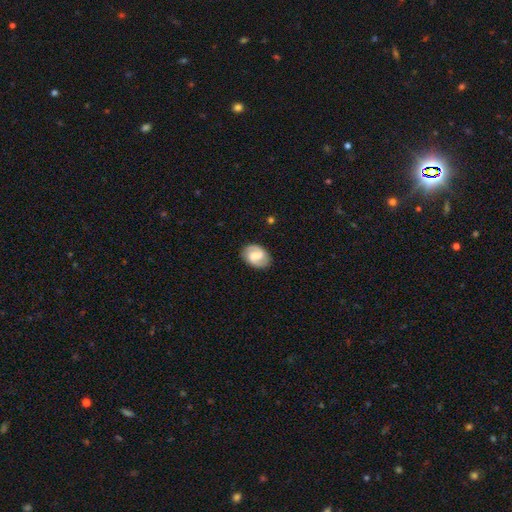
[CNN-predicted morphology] Q: Smooth or featured?
A: featured or disk (66%); runner-up: smooth (28%)
Q: Edge-on disk?
A: no (97%); runner-up: yes (3%)
Q: Bar?
A: weak (52%); runner-up: strong (29%)
Q: Spiral arms?
A: yes (88%); runner-up: no (12%)
Q: Spiral winding?
A: medium (46%); runner-up: tight (32%)
Q: Spiral arm count?
A: 2 (88%); runner-up: can't tell (6%)
Q: Bulge size?
A: moderate (44%); runner-up: small (27%)
Q: Merging?
A: none (84%); runner-up: minor disturbance (11%)